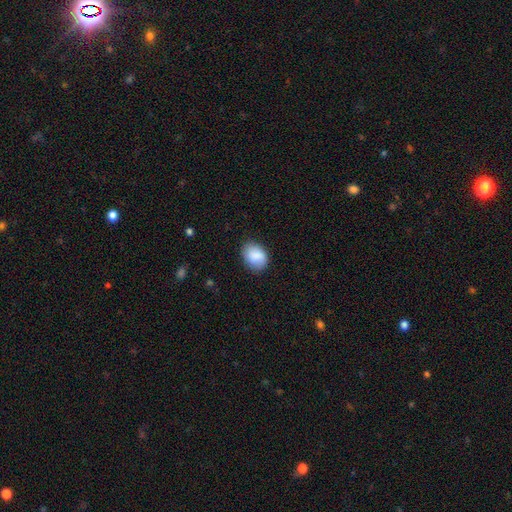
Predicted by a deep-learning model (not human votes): smooth_or_featured: smooth (p=0.87) [alt: star or artifact p=0.07]
how_rounded: in between (p=0.69) [alt: round p=0.30]
merging: none (p=0.80) [alt: minor disturbance p=0.15]